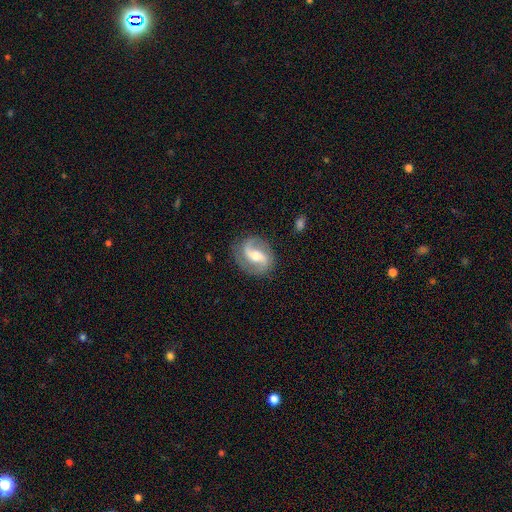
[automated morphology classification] Smooth or featured: featured or disk — 84% (smooth — 10%)
Edge-on disk: no — 97% (yes — 3%)
Bar: weak — 44% (strong — 32%)
Spiral arms: yes — 95% (no — 5%)
Spiral winding: medium — 46% (loose — 39%)
Spiral arm count: 2 — 90% (1 — 4%)
Bulge size: moderate — 64% (small — 26%)
Merging: none — 82% (minor disturbance — 12%)